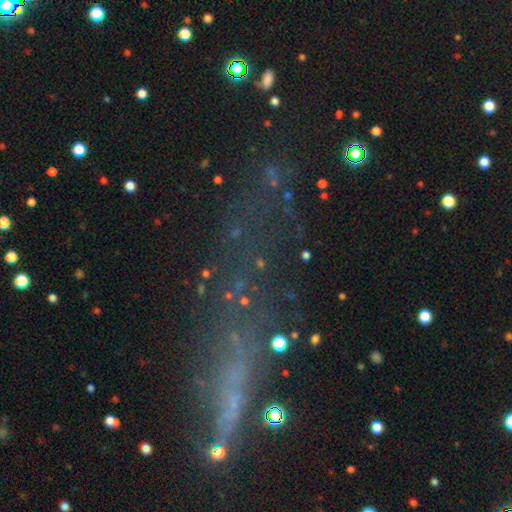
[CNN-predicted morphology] smooth_or_featured: star or artifact (p=0.44) [alt: featured or disk p=0.29]